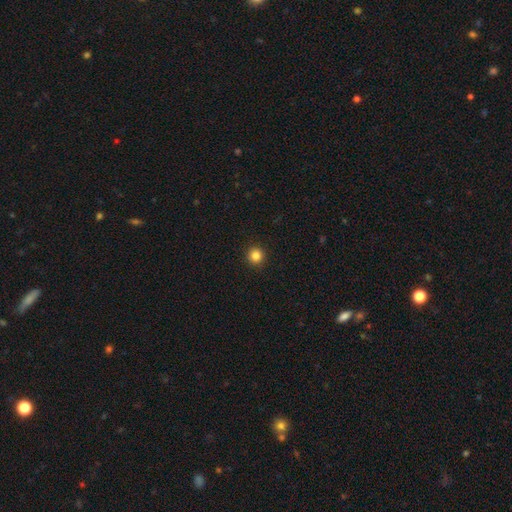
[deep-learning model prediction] smooth_or_featured: smooth (p=0.84) [alt: star or artifact p=0.12]
how_rounded: round (p=0.95) [alt: in between p=0.04]
merging: none (p=0.93) [alt: minor disturbance p=0.04]